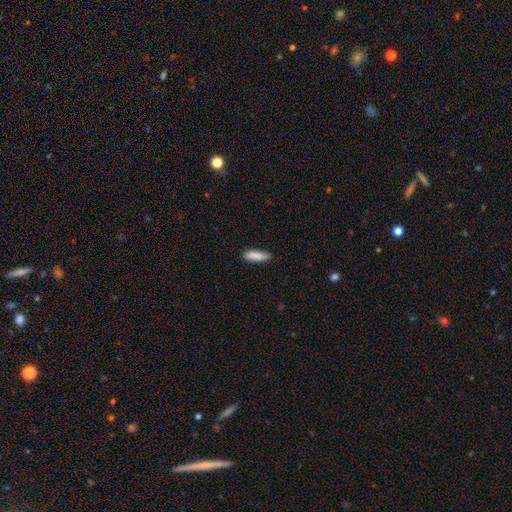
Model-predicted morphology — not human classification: Smooth or featured?
  - smooth: 87% *
  - featured or disk: 7%
  - star or artifact: 6%
How rounded?
  - cigar-shaped: 63% *
  - in between: 35%
  - round: 2%
Merging?
  - none: 83% *
  - minor disturbance: 13%
  - major disturbance: 2%
  - merger: 1%